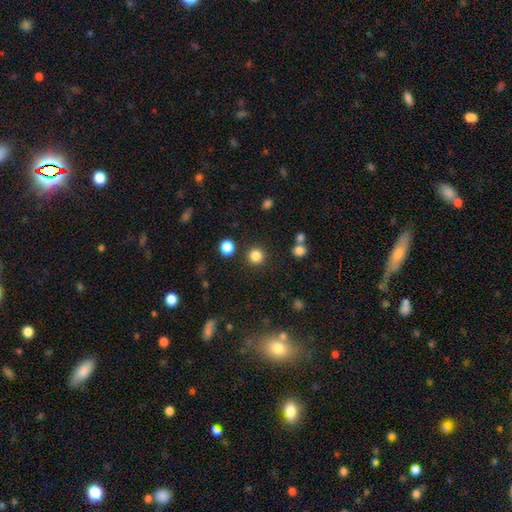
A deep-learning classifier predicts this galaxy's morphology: Smooth or featured? smooth (83%)
How rounded? round (94%)
Merging? none (88%)